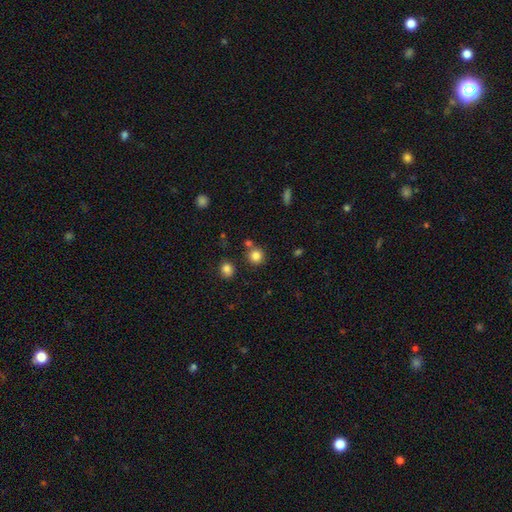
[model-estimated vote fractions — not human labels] This appears to be a smooth galaxy with no disk features (83%) that is round (91%). Merging: none (75%).